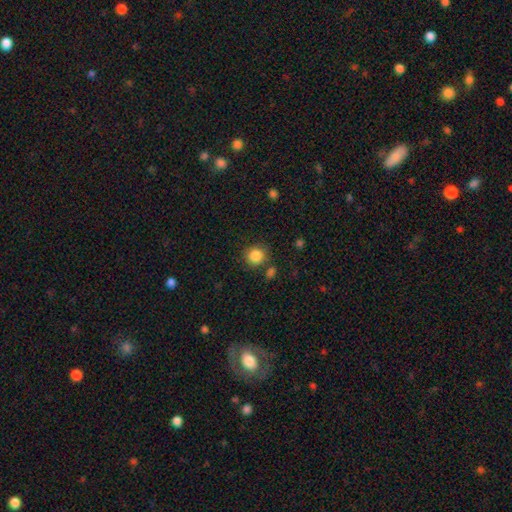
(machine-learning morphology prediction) This appears to be a smooth galaxy with no disk features (86%) that is round (89%). Merging: none (80%).